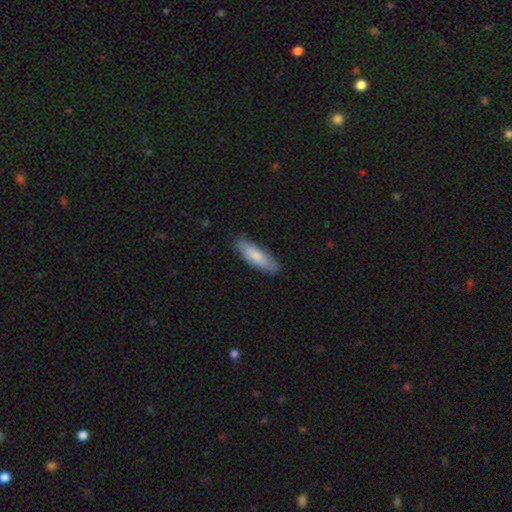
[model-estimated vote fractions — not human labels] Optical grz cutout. It shows a smooth galaxy with no disk features (77%) that is in between round and cigar-shaped (52%). Merging: none (81%).